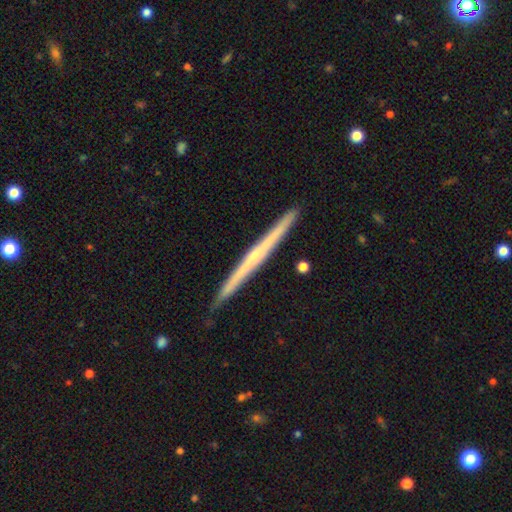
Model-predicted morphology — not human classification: This appears to be a featured or disk galaxy (68%) viewed edge-on (98%) with no central bulge (63%). Merging: none (90%).